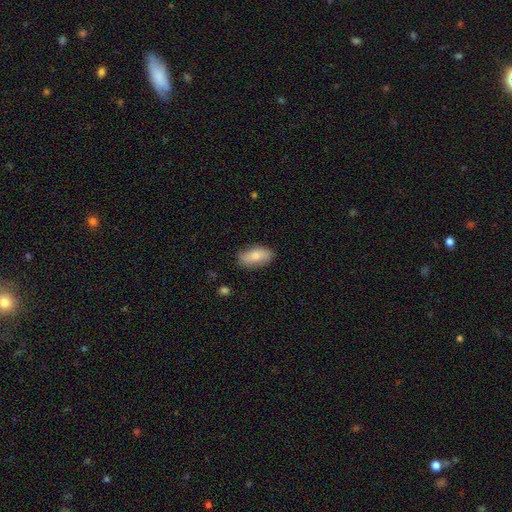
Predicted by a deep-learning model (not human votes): A smooth galaxy with no disk features (72%) that is in between round and cigar-shaped (90%). Merging: none (81%).